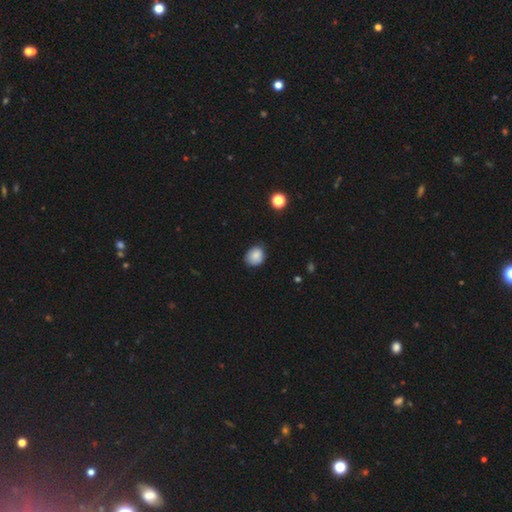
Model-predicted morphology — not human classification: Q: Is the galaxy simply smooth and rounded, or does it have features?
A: smooth — 84%.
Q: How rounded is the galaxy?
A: round — 58%.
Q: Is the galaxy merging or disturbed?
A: none — 72%.